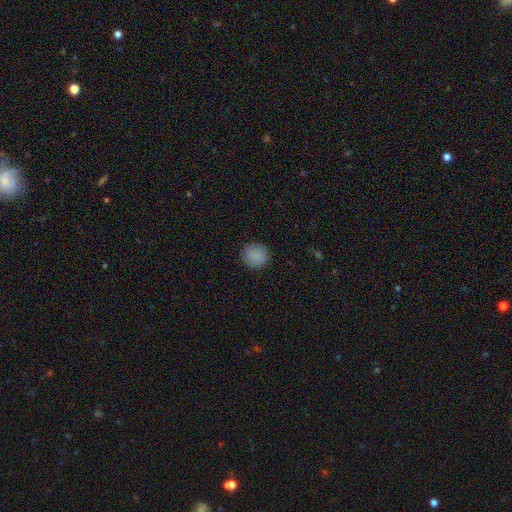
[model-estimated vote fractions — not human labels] A smooth galaxy with no disk features (87%) that is round (90%).

Vote fractions:
- Smooth or featured? smooth: 87% / star or artifact: 9% / featured or disk: 4%
- How rounded? round: 90% / in between: 9% / cigar-shaped: 1%
- Merging? none: 88% / minor disturbance: 9% / major disturbance: 2% / merger: 1%